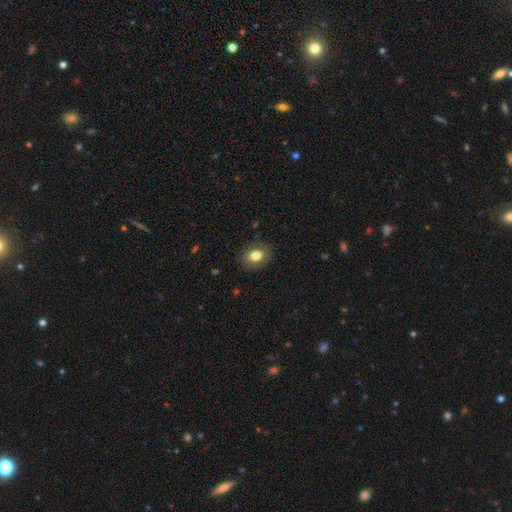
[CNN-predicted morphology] Q: Smooth or featured?
A: smooth (78%); runner-up: featured or disk (13%)
Q: How rounded?
A: in between (65%); runner-up: round (34%)
Q: Merging?
A: none (84%); runner-up: minor disturbance (11%)